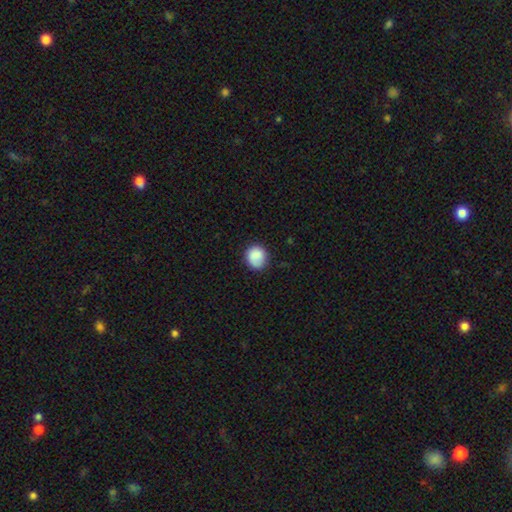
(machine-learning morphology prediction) The model was most divided on "merging": none: 75%, minor disturbance: 18%, major disturbance: 5%, merger: 2%. More confident: smooth or featured — smooth (84%); how rounded — round (79%).